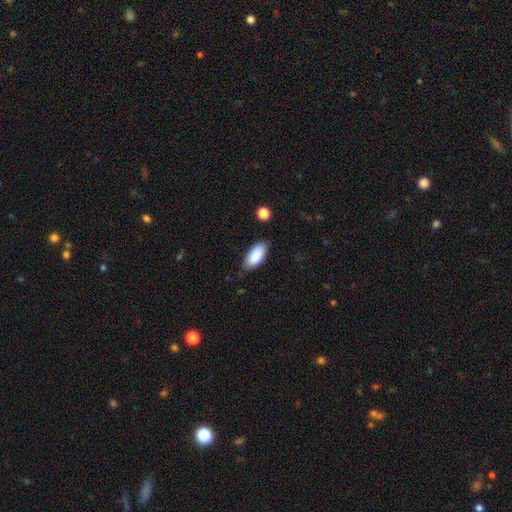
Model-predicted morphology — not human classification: A smooth galaxy with no disk features (88%) that is in between round and cigar-shaped (91%). Merging: none (77%).